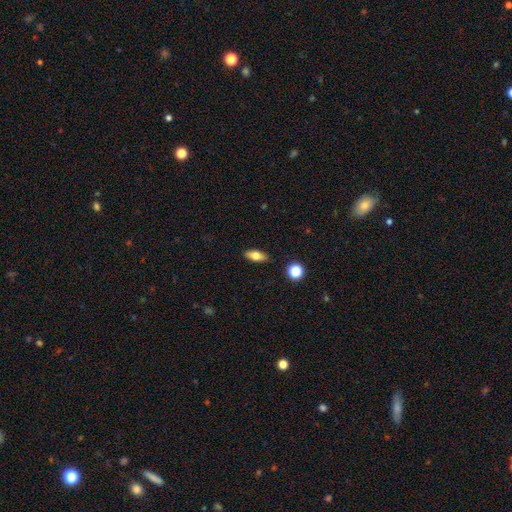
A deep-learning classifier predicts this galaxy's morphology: smooth_or_featured: smooth (p=0.70) [alt: featured or disk p=0.21]
how_rounded: in between (p=0.79) [alt: cigar-shaped p=0.16]
merging: none (p=0.88) [alt: minor disturbance p=0.09]